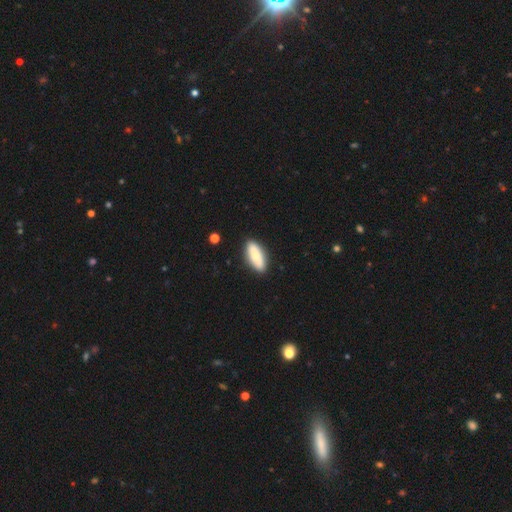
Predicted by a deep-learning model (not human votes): Smooth or featured? smooth (78%)
How rounded? in between (71%)
Merging? none (88%)